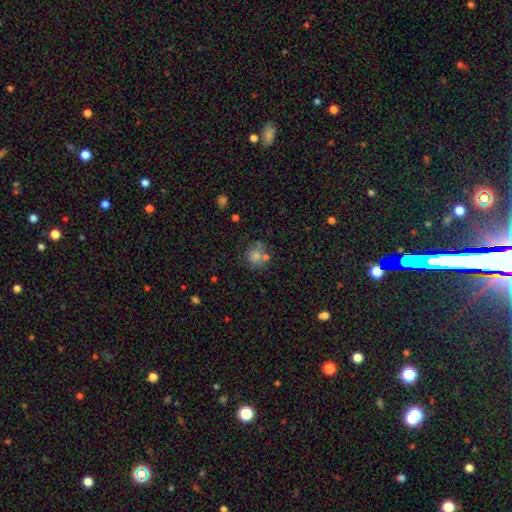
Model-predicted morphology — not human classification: The model was most divided on "smooth or featured": smooth: 62%, star or artifact: 21%, featured or disk: 17%. More confident: how rounded — round (84%); merging — none (59%).